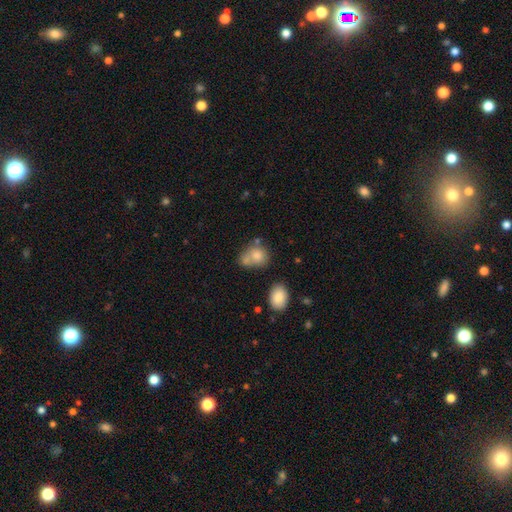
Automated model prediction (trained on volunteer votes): Smooth or featured: smooth — 77% (featured or disk — 13%)
How rounded: round — 57% (in between — 42%)
Merging: none — 38% (merger — 37%)